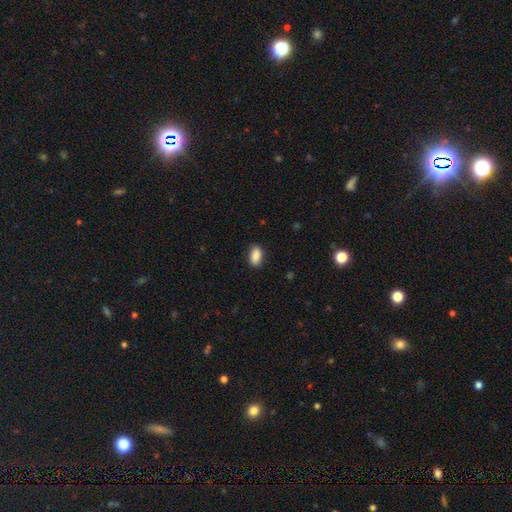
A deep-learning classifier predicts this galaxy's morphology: Overall: smooth (90%). How rounded: in between (91%). Merging: none (86%).